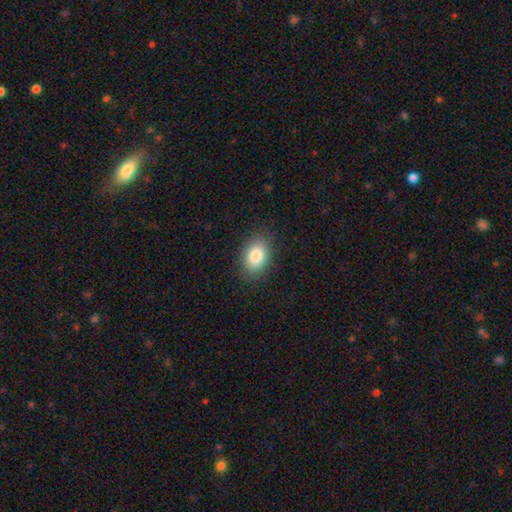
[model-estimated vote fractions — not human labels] Q: Smooth or featured?
A: smooth (84%); runner-up: featured or disk (8%)
Q: How rounded?
A: in between (85%); runner-up: round (14%)
Q: Merging?
A: none (86%); runner-up: minor disturbance (10%)